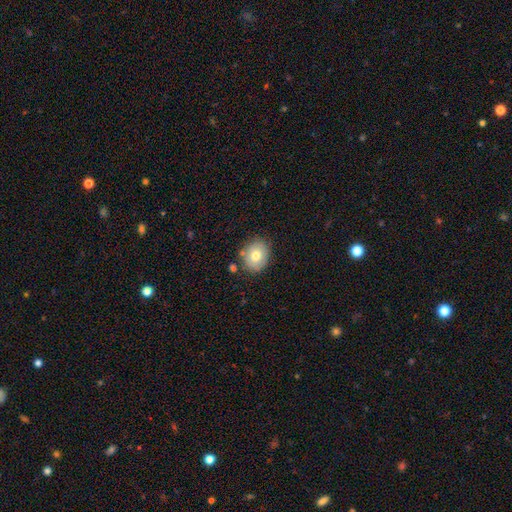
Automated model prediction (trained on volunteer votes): Q: Smooth or featured?
A: smooth (75%); runner-up: featured or disk (16%)
Q: How rounded?
A: round (65%); runner-up: in between (34%)
Q: Merging?
A: none (78%); runner-up: minor disturbance (13%)